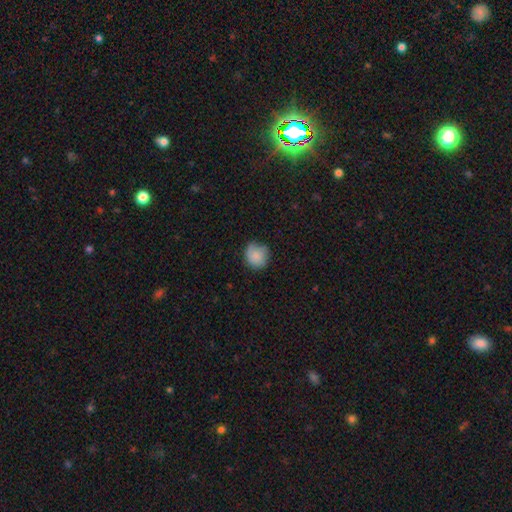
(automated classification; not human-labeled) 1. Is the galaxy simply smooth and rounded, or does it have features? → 84% smooth, 8% star or artifact, 8% featured or disk.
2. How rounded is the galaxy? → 84% round, 15% in between, 1% cigar-shaped.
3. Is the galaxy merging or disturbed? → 68% none, 25% minor disturbance, 5% major disturbance, 1% merger.